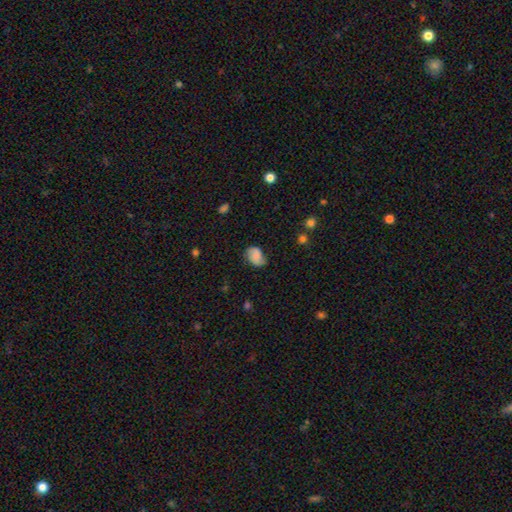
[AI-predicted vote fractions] Smooth or featured: smooth — 69% (featured or disk — 22%)
How rounded: in between — 80% (round — 19%)
Merging: none — 63% (minor disturbance — 27%)